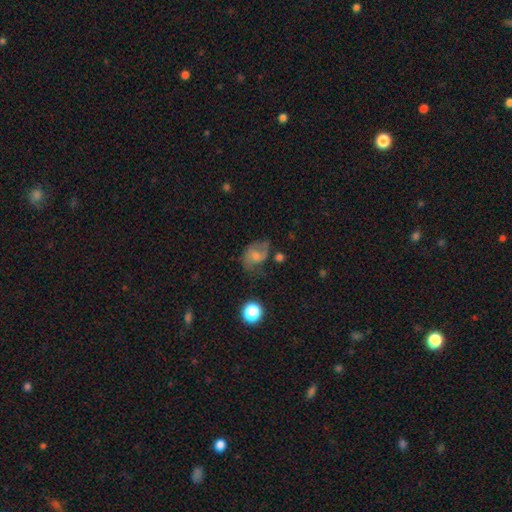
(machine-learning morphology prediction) This appears to be a smooth galaxy with no disk features (47%). Merging: none (43%).